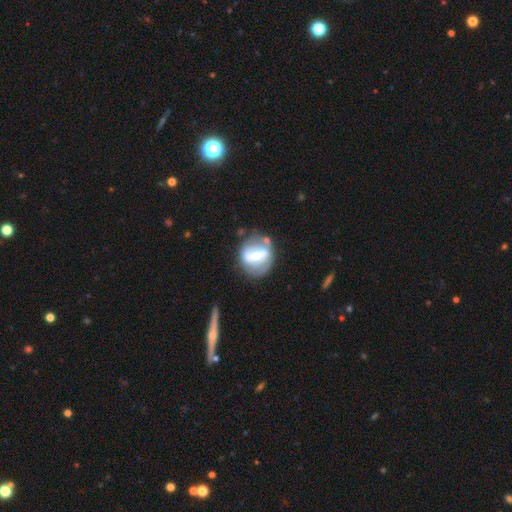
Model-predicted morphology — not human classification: Smooth or featured: featured or disk — 63% (smooth — 30%)
Edge-on disk: no — 94% (yes — 6%)
Bar: strong — 52% (weak — 31%)
Spiral arms: no — 57% (yes — 43%)
Bulge size: moderate — 56% (small — 33%)
Merging: none — 63% (minor disturbance — 18%)